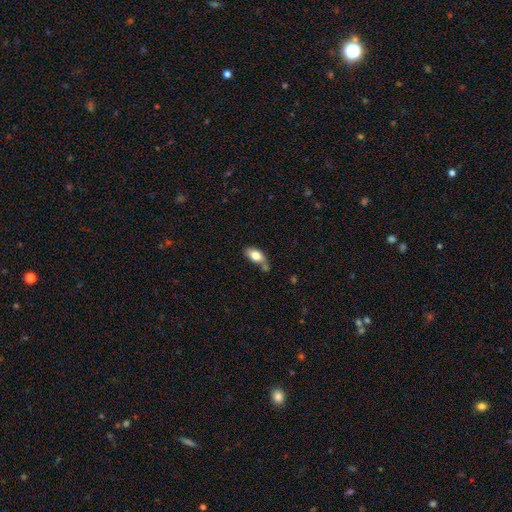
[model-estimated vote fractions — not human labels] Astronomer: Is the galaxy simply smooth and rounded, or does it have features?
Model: smooth — 76%.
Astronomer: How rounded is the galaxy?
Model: in between — 88%.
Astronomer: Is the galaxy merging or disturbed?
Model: none — 50%.